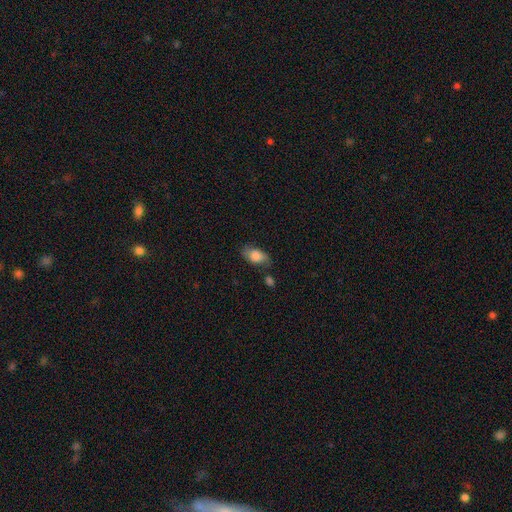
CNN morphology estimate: This is likely a smooth galaxy (76%). How rounded: clearly in between (89%). Merging: likely none (60%).